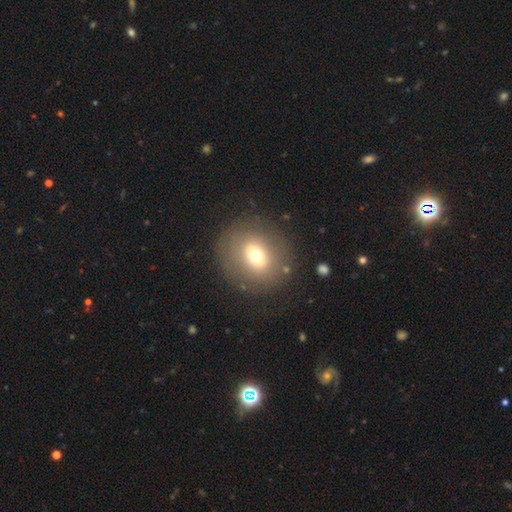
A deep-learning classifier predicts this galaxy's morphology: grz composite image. It shows a smooth galaxy with no disk features (64%) that is round (76%). Merging: none (82%).